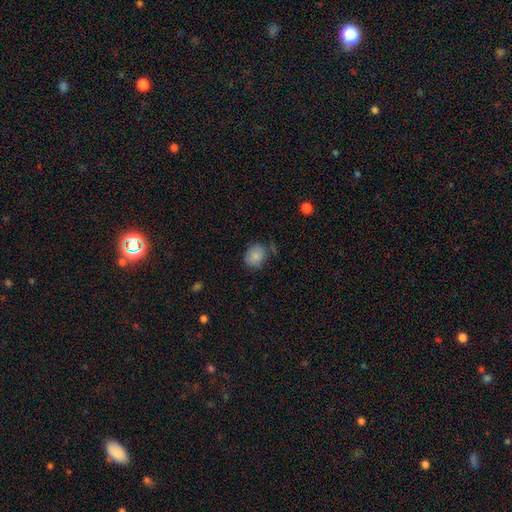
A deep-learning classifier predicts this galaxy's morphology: smooth 85%, star or artifact 8%, featured or disk 7%. Down the decision tree: how rounded — round (61%); merging — none (67%).